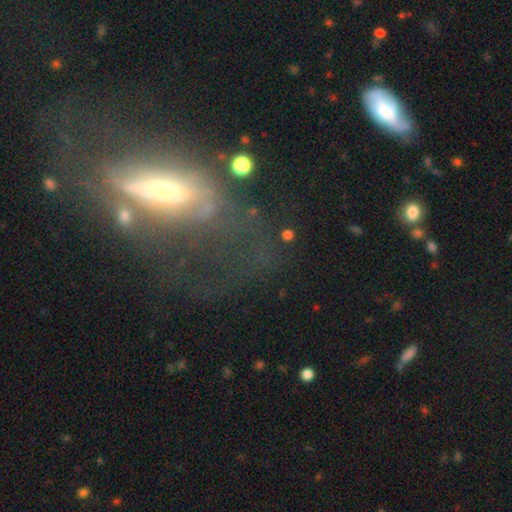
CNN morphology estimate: Smooth or featured? Predicted: featured or disk (p=0.60). Edge-on disk? Predicted: no (p=0.63). Merging? Predicted: none (p=0.38).